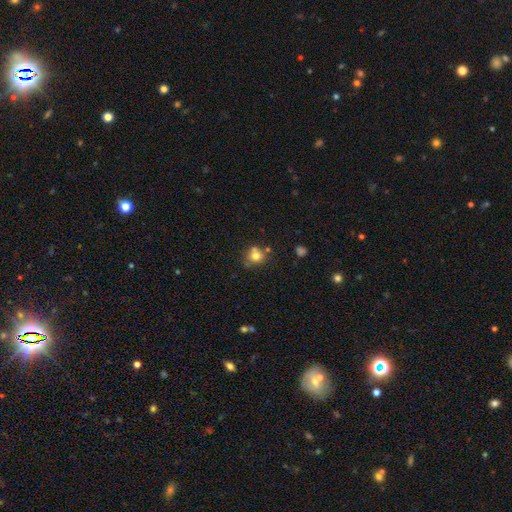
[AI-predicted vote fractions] This appears to be a smooth galaxy with no disk features (75%) that is round (84%). Merging: none (58%).